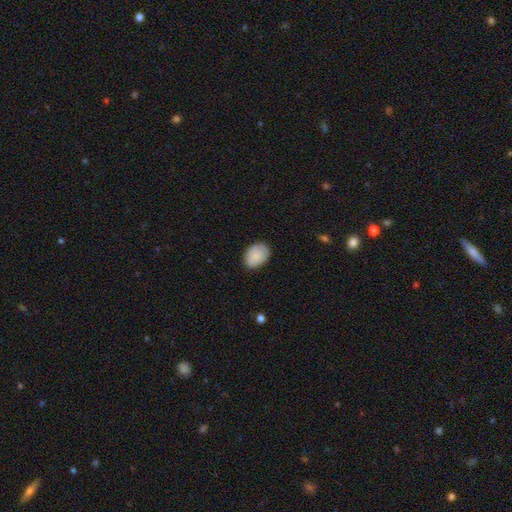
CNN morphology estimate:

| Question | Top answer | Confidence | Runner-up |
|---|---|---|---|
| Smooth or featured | smooth | 88% | star or artifact (7%) |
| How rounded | in between | 81% | round (18%) |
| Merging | none | 82% | minor disturbance (15%) |